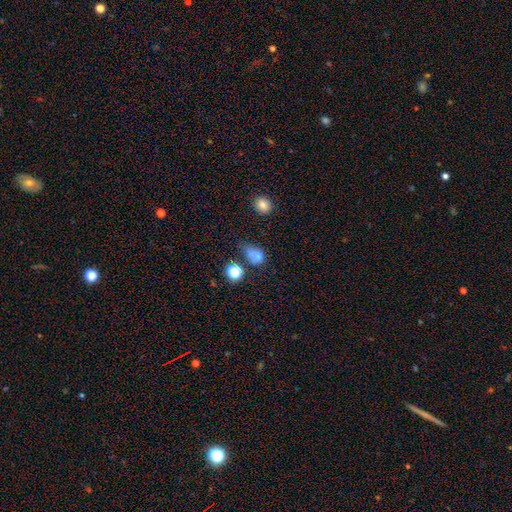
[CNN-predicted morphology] smooth 73%, star or artifact 17%, featured or disk 10%. Down the decision tree: how rounded — in between (55%); merging — none (37%).